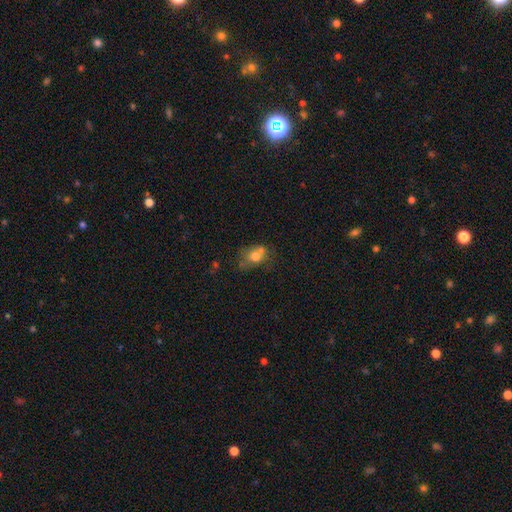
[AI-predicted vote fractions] This appears to be a smooth galaxy with no disk features (67%) that is in between round and cigar-shaped (59%). Merging: none (39%).